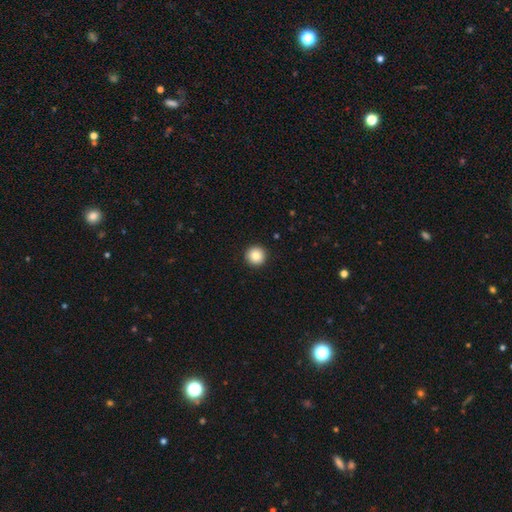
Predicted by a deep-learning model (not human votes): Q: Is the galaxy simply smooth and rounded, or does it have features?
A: smooth — 86%.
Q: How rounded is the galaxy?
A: round — 96%.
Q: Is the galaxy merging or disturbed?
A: none — 93%.